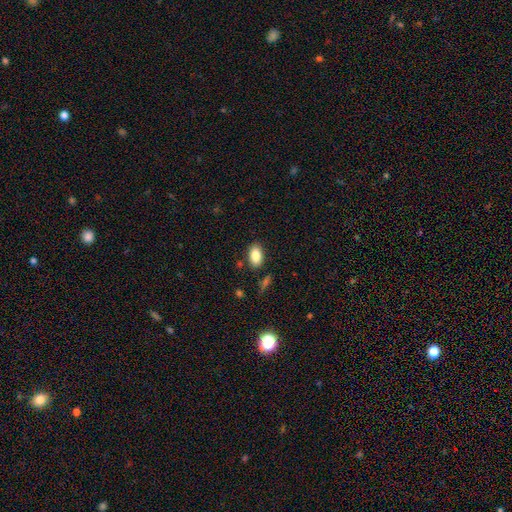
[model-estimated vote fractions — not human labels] smooth 84%, featured or disk 8%, star or artifact 8%. Down the decision tree: how rounded — in between (91%); merging — none (84%).